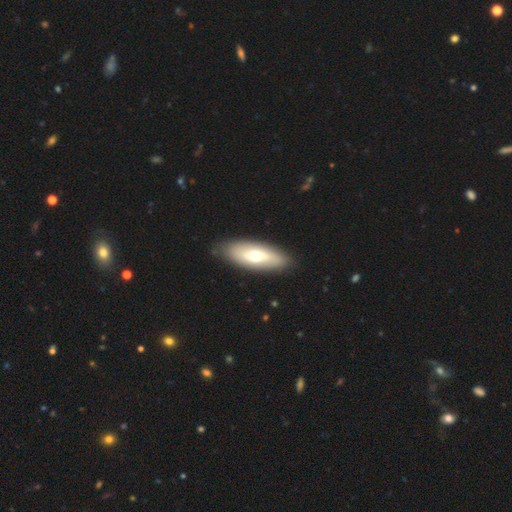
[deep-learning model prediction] Overall: smooth (55%; featured or disk 40%). How rounded: in between (71%). Merging: none (86%).